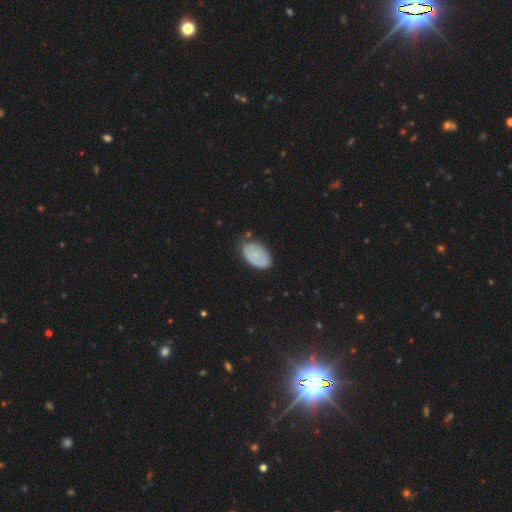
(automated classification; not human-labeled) Smooth or featured: smooth — 66% (featured or disk — 27%)
How rounded: in between — 92% (round — 7%)
Merging: none — 66% (minor disturbance — 26%)